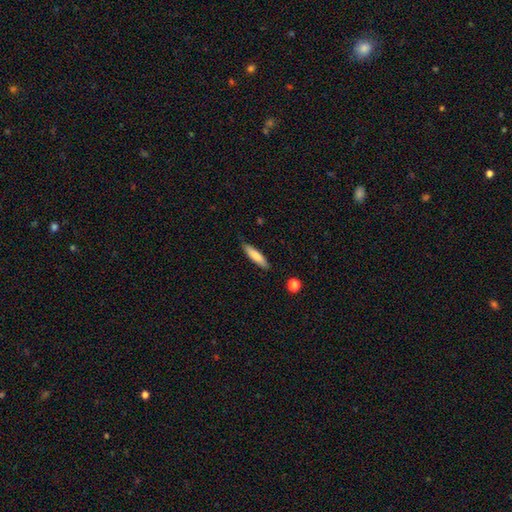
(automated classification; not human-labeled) Q: Smooth or featured?
A: smooth (80%); runner-up: featured or disk (14%)
Q: How rounded?
A: cigar-shaped (77%); runner-up: in between (21%)
Q: Merging?
A: none (84%); runner-up: minor disturbance (13%)